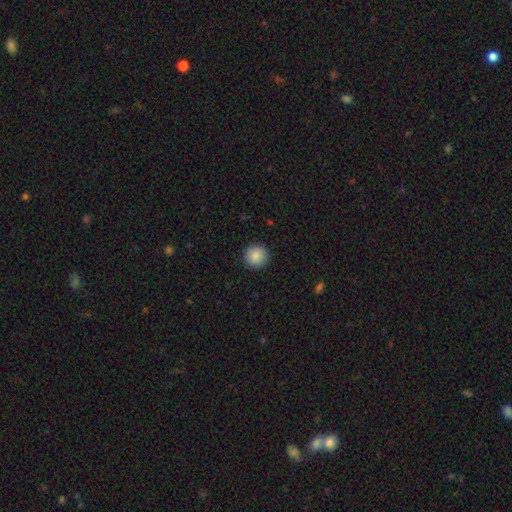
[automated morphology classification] smooth-or-featured: smooth: 88% | star or artifact: 8% | featured or disk: 3%
  how-rounded: round: 95% | in between: 4% | cigar-shaped: 1%
  merging: none: 92% | minor disturbance: 5% | major disturbance: 2% | merger: 1%